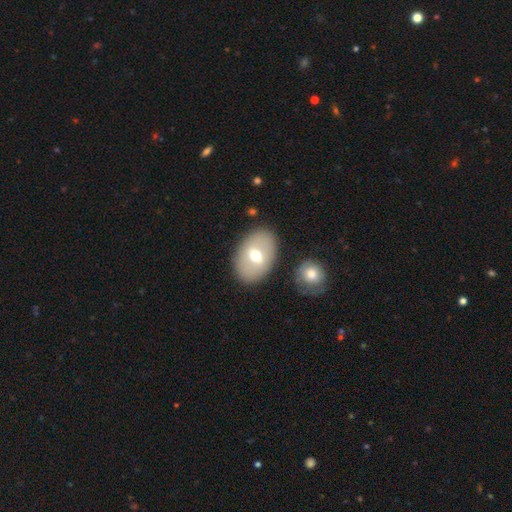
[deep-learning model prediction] smooth 62%, featured or disk 32%, star or artifact 7%. Down the decision tree: how rounded — in between (86%); merging — none (82%).